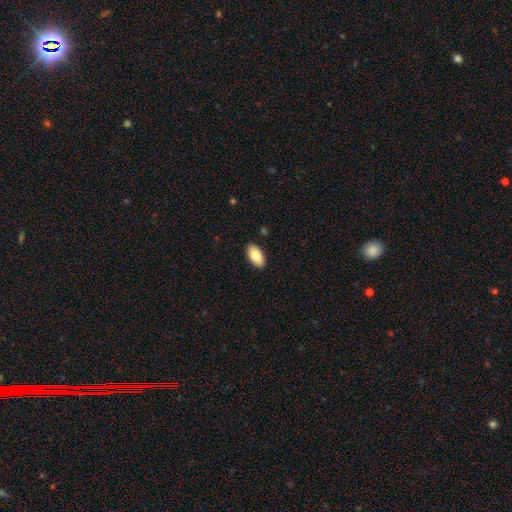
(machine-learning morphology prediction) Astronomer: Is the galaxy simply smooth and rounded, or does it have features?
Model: smooth — 85%.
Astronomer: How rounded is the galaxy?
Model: in between — 95%.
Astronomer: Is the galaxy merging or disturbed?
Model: none — 90%.